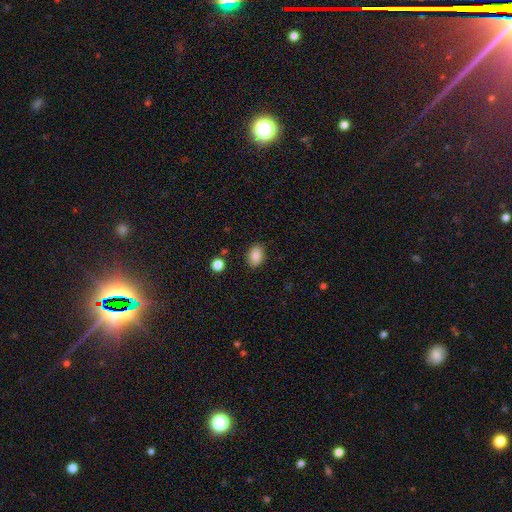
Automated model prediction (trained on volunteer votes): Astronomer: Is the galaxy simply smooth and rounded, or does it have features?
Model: smooth — 87%.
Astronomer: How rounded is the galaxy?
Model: in between — 81%.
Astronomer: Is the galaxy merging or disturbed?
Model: none — 86%.